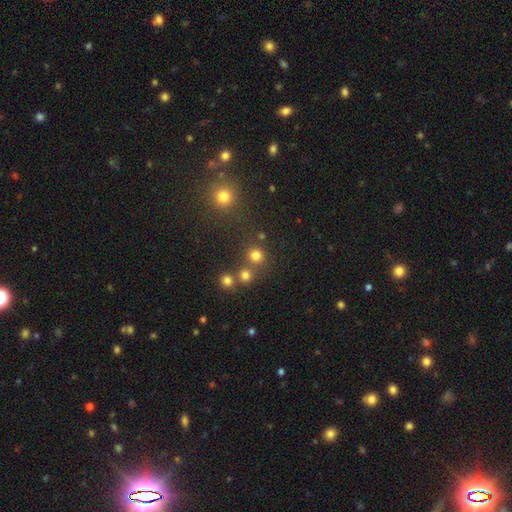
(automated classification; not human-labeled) Smooth or featured?
  - smooth: 76% *
  - star or artifact: 18%
  - featured or disk: 6%
How rounded?
  - round: 91% *
  - in between: 8%
  - cigar-shaped: 1%
Merging?
  - none: 72% *
  - merger: 18%
  - minor disturbance: 7%
  - major disturbance: 3%